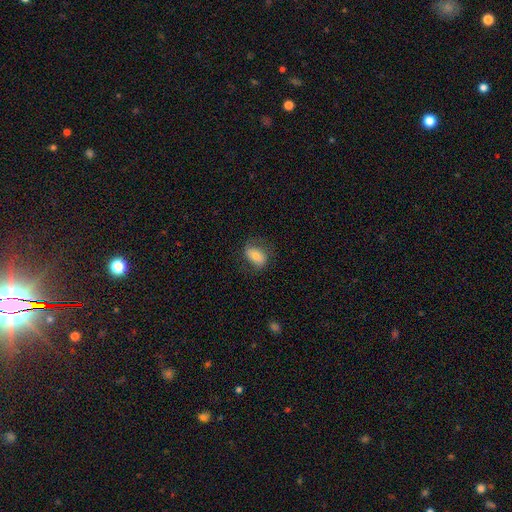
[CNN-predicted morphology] Smooth or featured? smooth (72%)
How rounded? in between (85%)
Merging? none (70%)